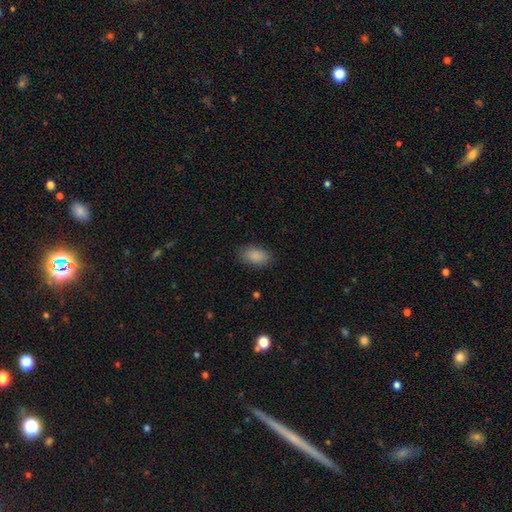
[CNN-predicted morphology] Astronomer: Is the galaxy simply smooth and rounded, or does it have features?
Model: smooth — 89%.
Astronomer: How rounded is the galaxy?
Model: in between — 92%.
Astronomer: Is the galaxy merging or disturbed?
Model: none — 84%.